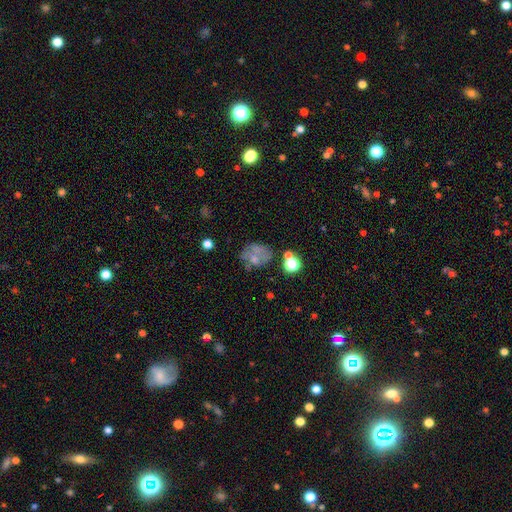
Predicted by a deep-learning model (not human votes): smooth-or-featured: smooth: 50% | featured or disk: 35% | star or artifact: 16%
  merging: none: 41% | minor disturbance: 23% | major disturbance: 20% | merger: 16%